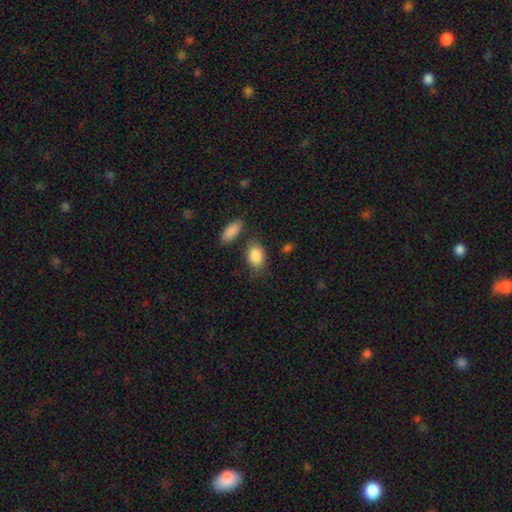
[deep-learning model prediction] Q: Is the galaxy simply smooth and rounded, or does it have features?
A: smooth — 87%.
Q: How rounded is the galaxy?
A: in between — 85%.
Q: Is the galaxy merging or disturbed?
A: none — 72%.